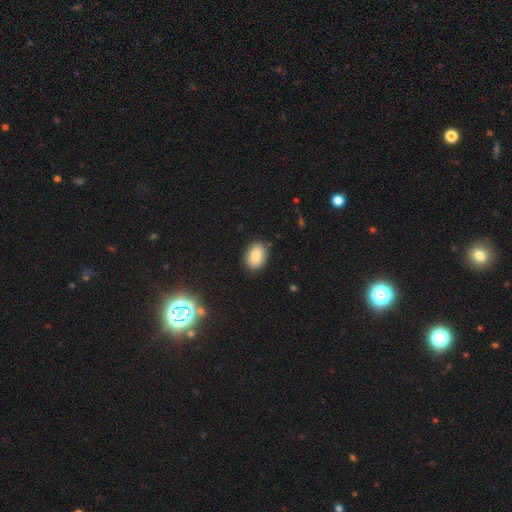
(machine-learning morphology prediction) This is clearly a smooth galaxy (82%). How rounded: clearly in between (82%). Merging: clearly none (86%).